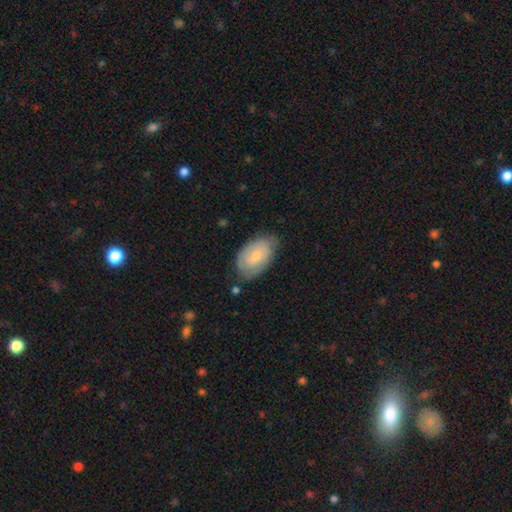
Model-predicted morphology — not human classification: This is possibly a smooth galaxy (54%). How rounded: clearly in between (92%). Merging: likely none (69%).